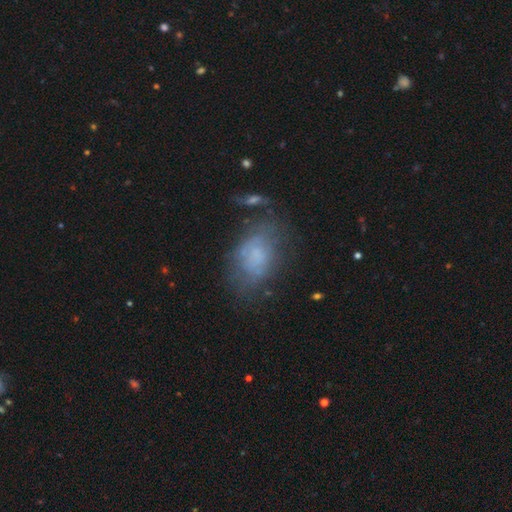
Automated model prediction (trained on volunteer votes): Smooth or featured? smooth (53%)
How rounded? in between (84%)
Merging? none (47%)